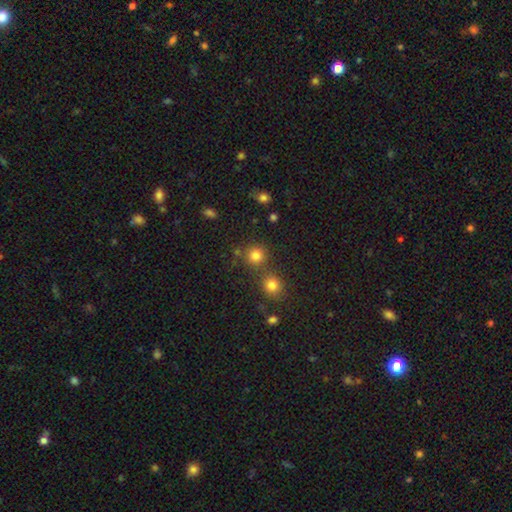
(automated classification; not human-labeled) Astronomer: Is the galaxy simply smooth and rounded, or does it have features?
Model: smooth — 80%.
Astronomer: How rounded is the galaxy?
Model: round — 91%.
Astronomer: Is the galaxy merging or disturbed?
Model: none — 70%.